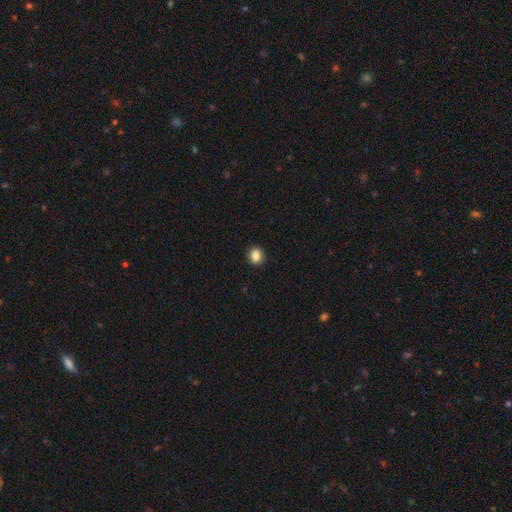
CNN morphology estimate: Overall: smooth (84%). How rounded: round (74%). Merging: none (91%).